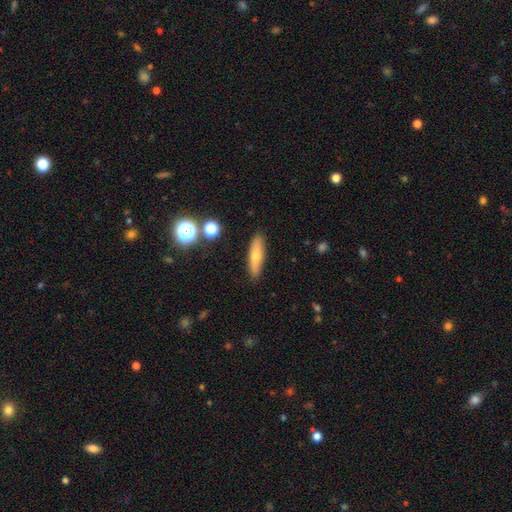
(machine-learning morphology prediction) Smooth or featured? Predicted: smooth (p=0.61). How rounded? Predicted: cigar-shaped (p=0.67). Merging? Predicted: none (p=0.88).